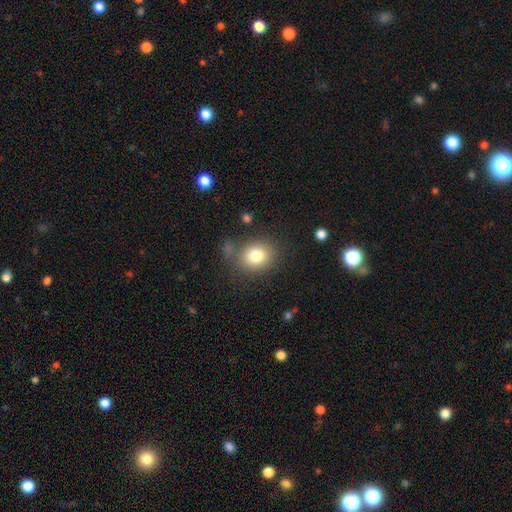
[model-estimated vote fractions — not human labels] Q: Smooth or featured?
A: smooth (80%); runner-up: star or artifact (11%)
Q: How rounded?
A: round (61%); runner-up: in between (38%)
Q: Merging?
A: none (76%); runner-up: minor disturbance (13%)